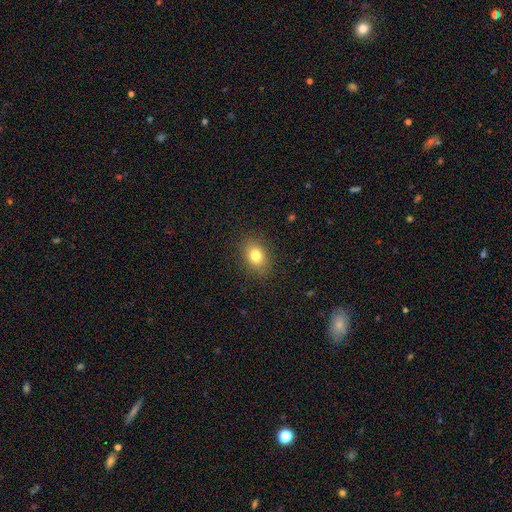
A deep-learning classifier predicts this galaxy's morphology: The model was most divided on "how rounded": in between: 71%, round: 28%, cigar-shaped: 1%. More confident: merging — none (88%); smooth or featured — smooth (80%).